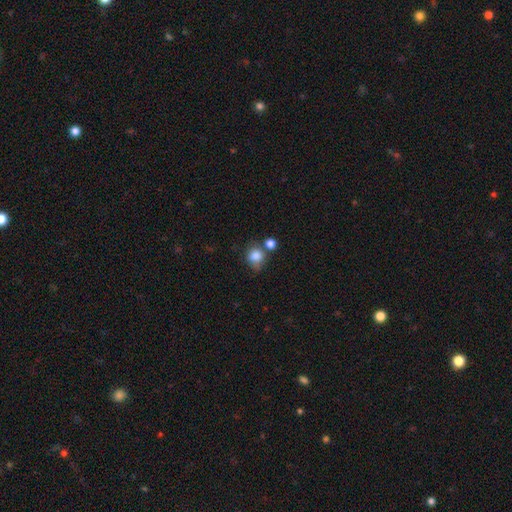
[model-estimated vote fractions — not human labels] A smooth galaxy with no disk features (82%) that is round (75%).

Vote fractions:
- Smooth or featured? smooth: 82% / star or artifact: 10% / featured or disk: 8%
- How rounded? round: 75% / in between: 23% / cigar-shaped: 1%
- Merging? none: 52% / merger: 22% / minor disturbance: 19% / major disturbance: 8%